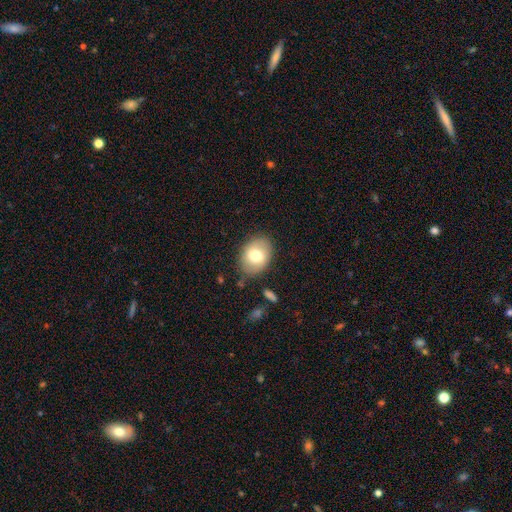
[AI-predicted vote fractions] Smooth or featured? Predicted: smooth (p=0.72). How rounded? Predicted: in between (p=0.69). Merging? Predicted: none (p=0.82).